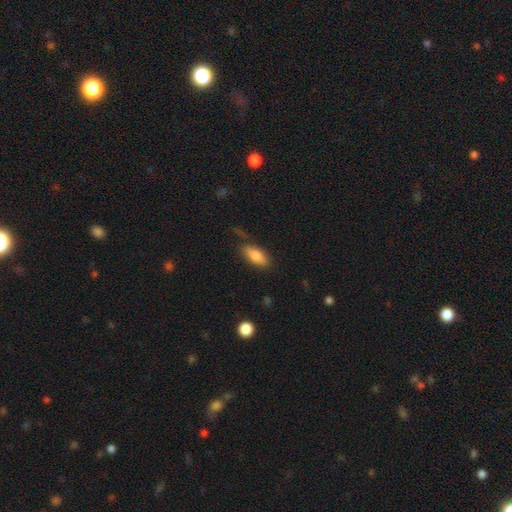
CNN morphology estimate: A smooth galaxy with no disk features (79%) that is in between round and cigar-shaped (81%). Merging: none (71%).